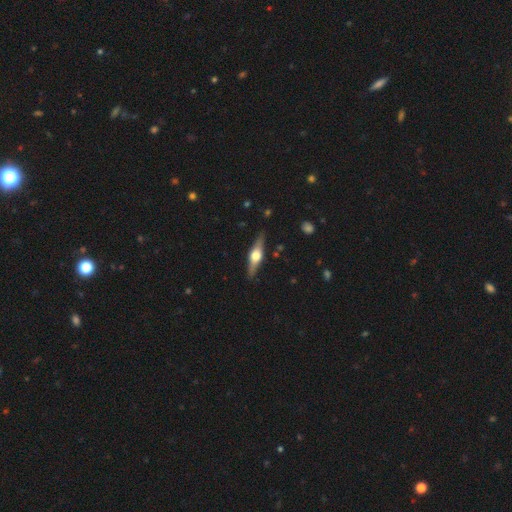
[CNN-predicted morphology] This is likely a featured or disk galaxy (67%). It is clearly viewed edge-on (96%). Edge-on bulge: clearly rounded (94%). Merging: clearly none (87%).